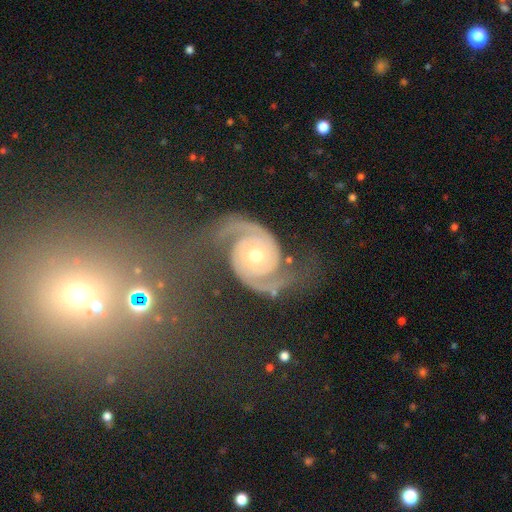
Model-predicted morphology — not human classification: Smooth or featured?
  - featured or disk: 90% *
  - star or artifact: 6%
  - smooth: 4%
Edge-on disk?
  - no: 98% *
  - yes: 2%
Bar?
  - no: 74% *
  - weak: 19%
  - strong: 7%
Spiral arms?
  - yes: 98% *
  - no: 2%
Spiral winding?
  - medium: 47% *
  - tight: 39%
  - loose: 13%
Spiral arm count?
  - 2: 94% *
  - can't tell: 2%
  - 3: 1%
  - 1: 1%
  - 4: 1%
  - more than 4: 1%
Bulge size?
  - moderate: 66% *
  - small: 28%
  - large: 3%
  - dominant: 1%
  - none: 1%
Merging?
  - none: 70% *
  - minor disturbance: 16%
  - major disturbance: 11%
  - merger: 3%